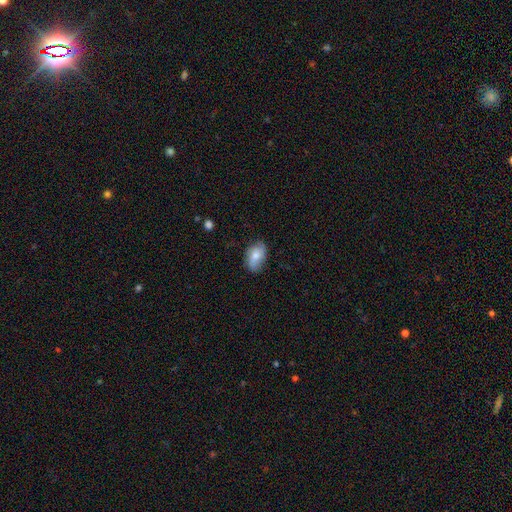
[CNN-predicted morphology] smooth_or_featured: smooth (p=0.67) [alt: featured or disk p=0.25]
how_rounded: in between (p=0.89) [alt: round p=0.09]
merging: none (p=0.73) [alt: minor disturbance p=0.21]